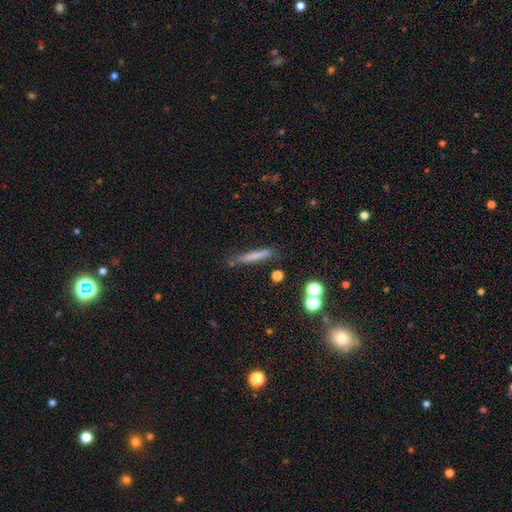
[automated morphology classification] This is likely a smooth galaxy (68%). How rounded: clearly cigar-shaped (92%). Merging: likely none (73%).